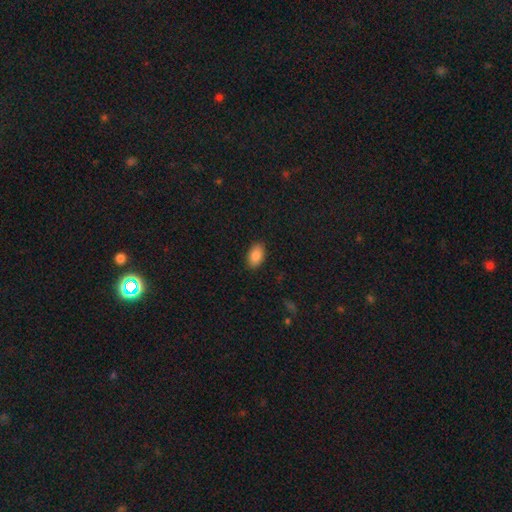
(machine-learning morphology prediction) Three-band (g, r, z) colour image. It shows a smooth galaxy with no disk features (86%) that is in between round and cigar-shaped (92%). Merging: none (88%).